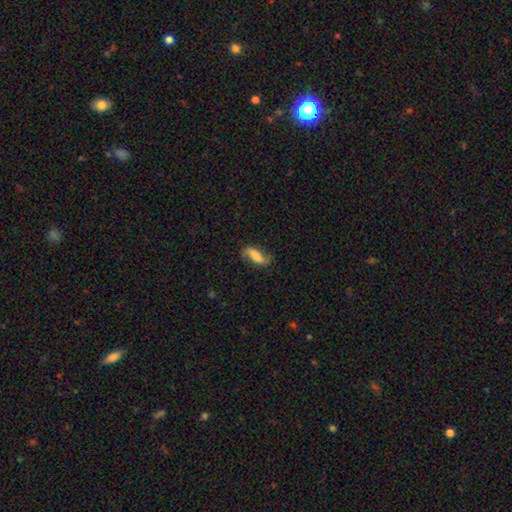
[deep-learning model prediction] Smooth or featured?
  - featured or disk: 48% *
  - smooth: 44%
  - star or artifact: 8%
Merging?
  - none: 73% *
  - minor disturbance: 19%
  - major disturbance: 6%
  - merger: 1%